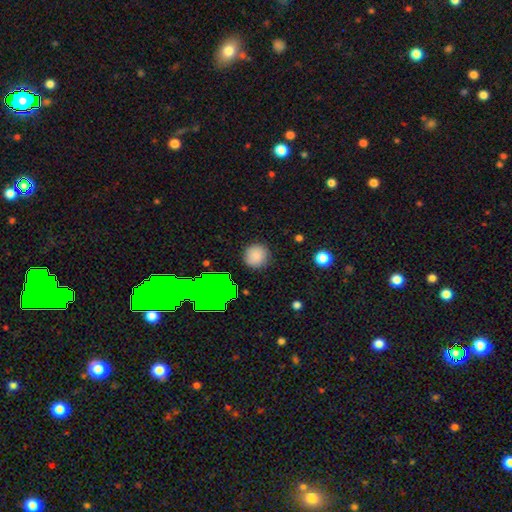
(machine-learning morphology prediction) A smooth galaxy with no disk features (78%) that is round (93%). Merging: none (86%).